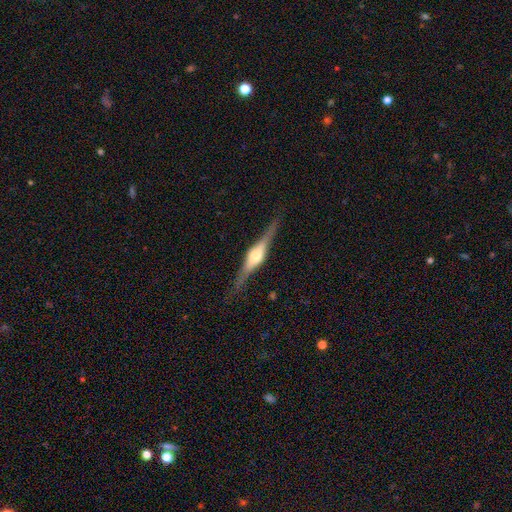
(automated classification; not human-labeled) The model was most divided on "smooth or featured": featured or disk: 79%, smooth: 15%, star or artifact: 6%. More confident: edge-on disk — yes (97%); edge-on bulge — rounded (87%); merging — none (85%).